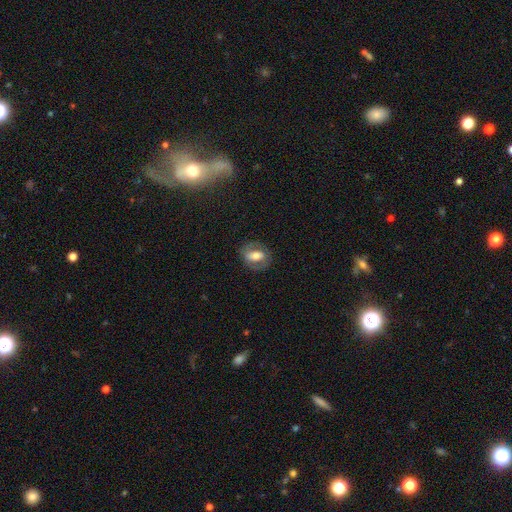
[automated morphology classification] Smooth or featured: smooth — 47% (featured or disk — 45%)
Merging: none — 77% (minor disturbance — 14%)